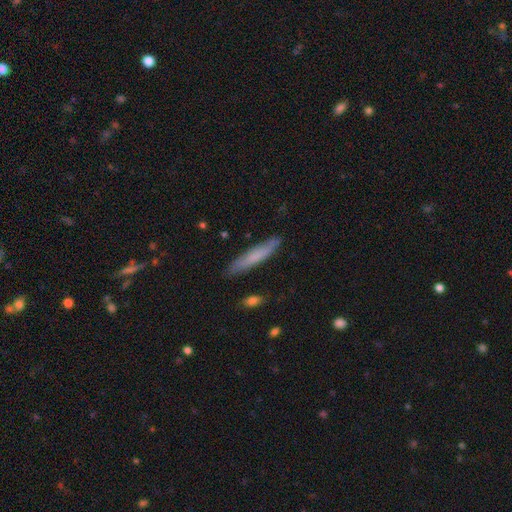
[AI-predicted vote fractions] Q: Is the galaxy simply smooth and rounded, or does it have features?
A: smooth — 66%.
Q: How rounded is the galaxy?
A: cigar-shaped — 91%.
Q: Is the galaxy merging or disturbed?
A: none — 85%.